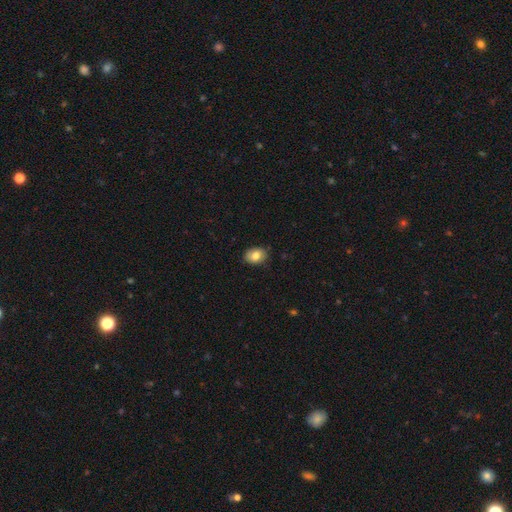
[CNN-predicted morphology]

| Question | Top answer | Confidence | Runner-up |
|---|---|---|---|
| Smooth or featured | smooth | 80% | featured or disk (12%) |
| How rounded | in between | 72% | round (27%) |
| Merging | none | 84% | minor disturbance (13%) |